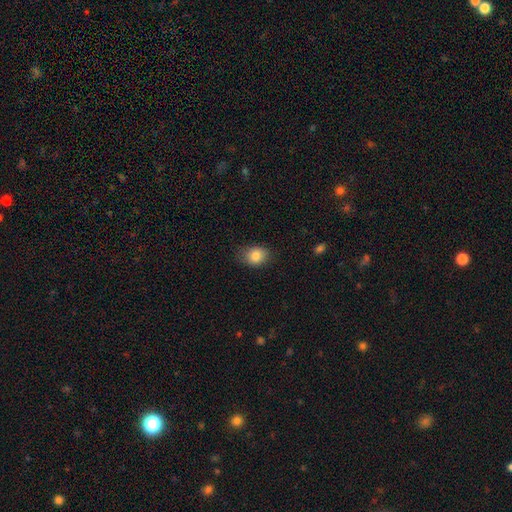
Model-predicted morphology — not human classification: Q: Smooth or featured?
A: smooth (84%); runner-up: star or artifact (9%)
Q: How rounded?
A: in between (58%); runner-up: round (41%)
Q: Merging?
A: none (78%); runner-up: minor disturbance (18%)